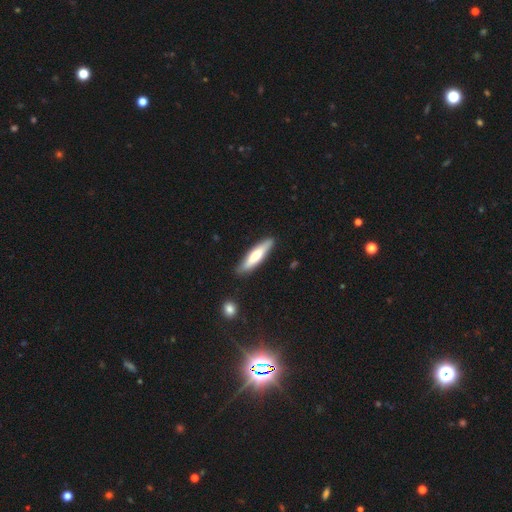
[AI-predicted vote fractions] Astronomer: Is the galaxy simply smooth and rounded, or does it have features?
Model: smooth — 62%.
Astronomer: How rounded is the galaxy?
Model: cigar-shaped — 78%.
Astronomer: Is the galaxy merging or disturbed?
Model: none — 86%.